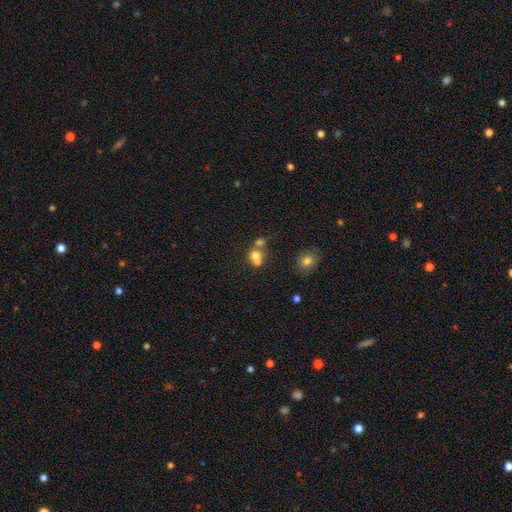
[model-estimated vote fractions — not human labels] This appears to be a smooth galaxy with no disk features (69%) that is round (76%). Merging: merger (57%).